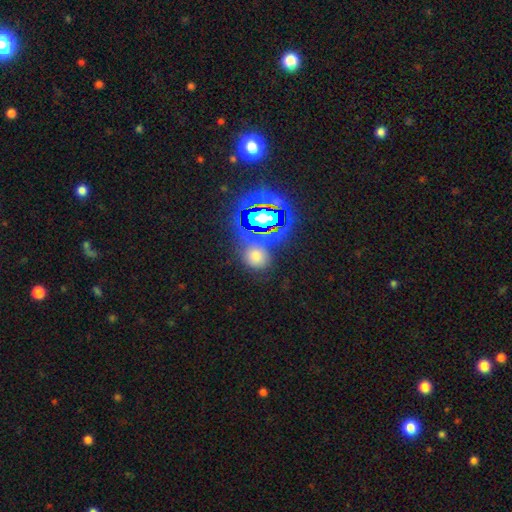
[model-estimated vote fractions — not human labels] Morphology: type=smooth (52%); roundness=round (76%); merging=none (71%).